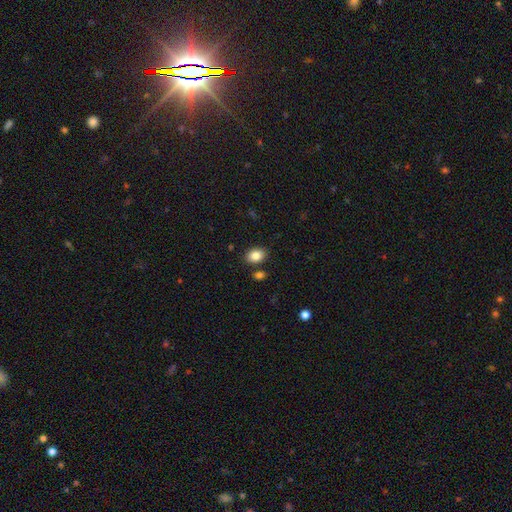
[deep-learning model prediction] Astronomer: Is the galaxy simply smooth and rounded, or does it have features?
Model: smooth — 85%.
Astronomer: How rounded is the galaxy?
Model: in between — 74%.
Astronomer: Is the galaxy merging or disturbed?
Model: none — 84%.